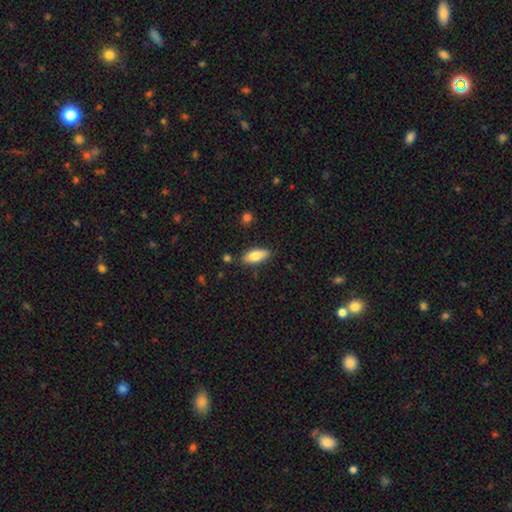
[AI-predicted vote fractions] smooth 81%, featured or disk 12%, star or artifact 6%. Down the decision tree: how rounded — in between (82%); merging — none (83%).